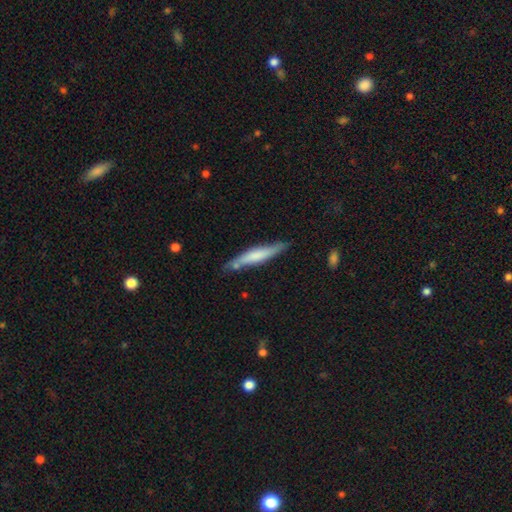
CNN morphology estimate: Smooth or featured? Predicted: smooth (p=0.56). How rounded? Predicted: cigar-shaped (p=0.91). Merging? Predicted: none (p=0.75).